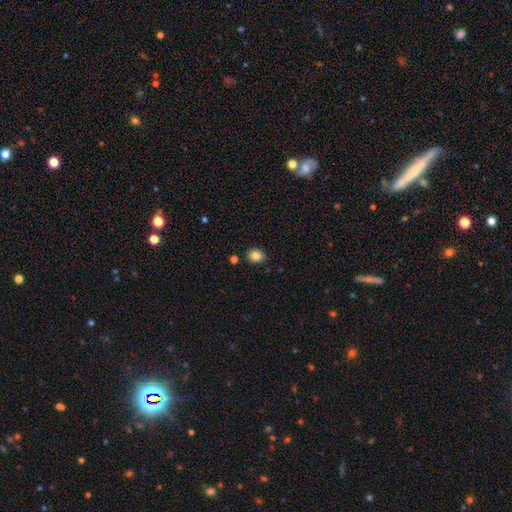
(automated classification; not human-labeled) Q: Smooth or featured?
A: smooth (85%); runner-up: star or artifact (10%)
Q: How rounded?
A: round (60%); runner-up: in between (39%)
Q: Merging?
A: none (86%); runner-up: minor disturbance (8%)